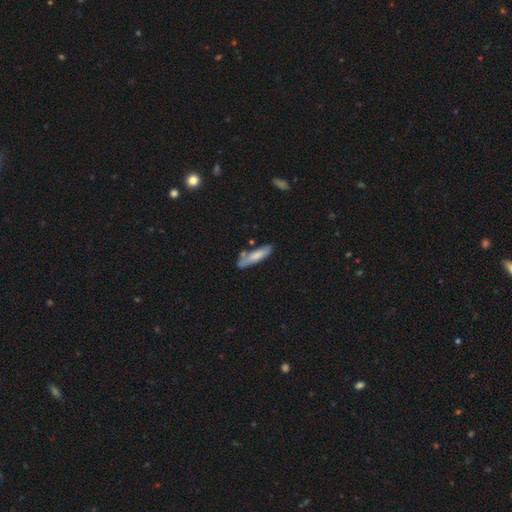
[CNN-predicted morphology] smooth-or-featured: smooth: 71% | featured or disk: 23% | star or artifact: 6%
  how-rounded: cigar-shaped: 73% | in between: 26% | round: 2%
  merging: none: 61% | minor disturbance: 22% | merger: 11% | major disturbance: 6%